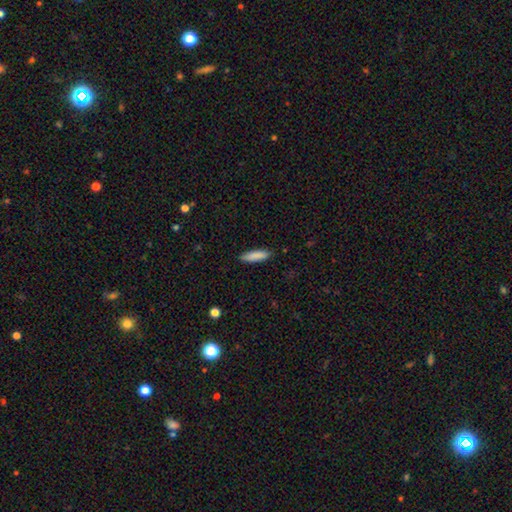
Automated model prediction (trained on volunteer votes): Smooth or featured? Predicted: smooth (p=0.87). How rounded? Predicted: cigar-shaped (p=0.71). Merging? Predicted: none (p=0.89).